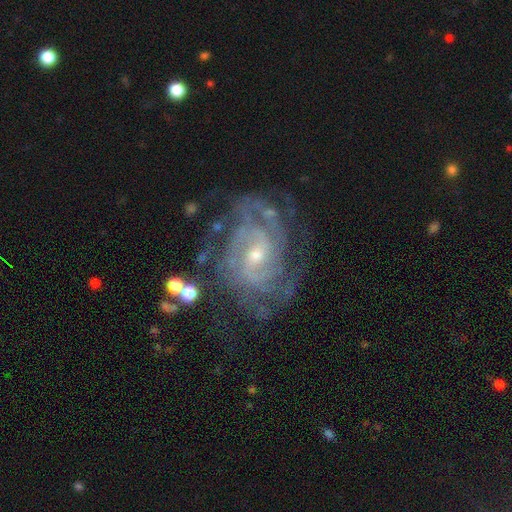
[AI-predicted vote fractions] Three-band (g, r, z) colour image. It shows a featured or disk galaxy (88%) with a weak bar (44%), 2 (33%) tight (57%) spiral arms (95%) and a small central bulge (63%). Merging: none (65%).